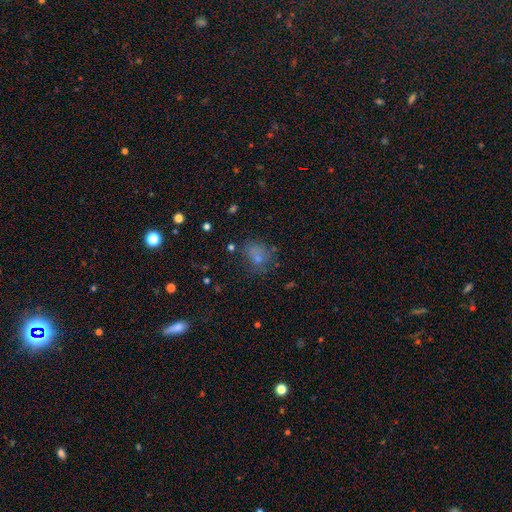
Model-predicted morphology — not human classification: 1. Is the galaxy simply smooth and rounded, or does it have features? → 65% smooth, 22% star or artifact, 13% featured or disk.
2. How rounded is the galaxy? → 52% round, 47% in between, 1% cigar-shaped.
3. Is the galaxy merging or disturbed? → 56% none, 22% minor disturbance, 16% major disturbance, 6% merger.